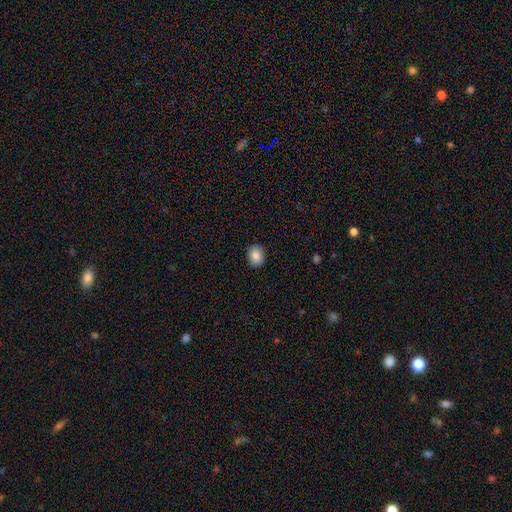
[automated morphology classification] Smooth or featured? smooth (86%)
How rounded? in between (50%)
Merging? none (90%)